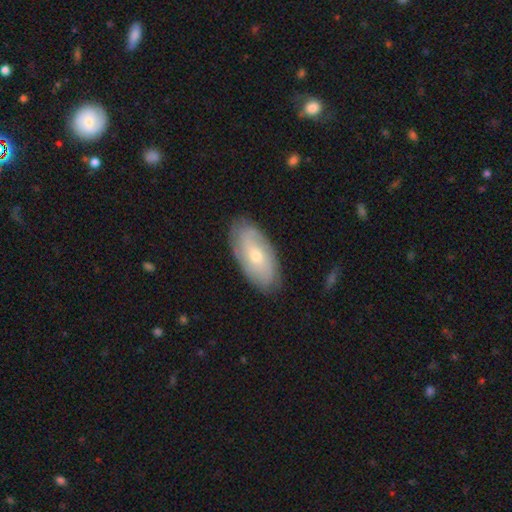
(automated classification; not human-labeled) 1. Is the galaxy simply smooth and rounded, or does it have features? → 58% featured or disk, 36% smooth, 6% star or artifact.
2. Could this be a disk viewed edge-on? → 90% no, 10% yes.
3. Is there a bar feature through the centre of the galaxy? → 64% no, 29% weak, 7% strong.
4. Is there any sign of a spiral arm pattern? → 77% yes, 23% no.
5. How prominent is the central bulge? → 50% small, 46% moderate, 2% large, 1% none, 1% dominant.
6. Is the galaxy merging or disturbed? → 83% none, 13% minor disturbance, 3% major disturbance, 1% merger.